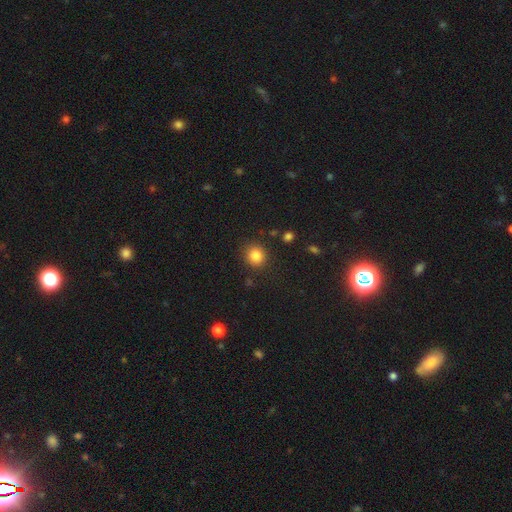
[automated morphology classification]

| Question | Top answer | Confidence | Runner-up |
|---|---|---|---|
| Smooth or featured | smooth | 84% | star or artifact (11%) |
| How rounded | round | 85% | in between (14%) |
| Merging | none | 86% | minor disturbance (8%) |